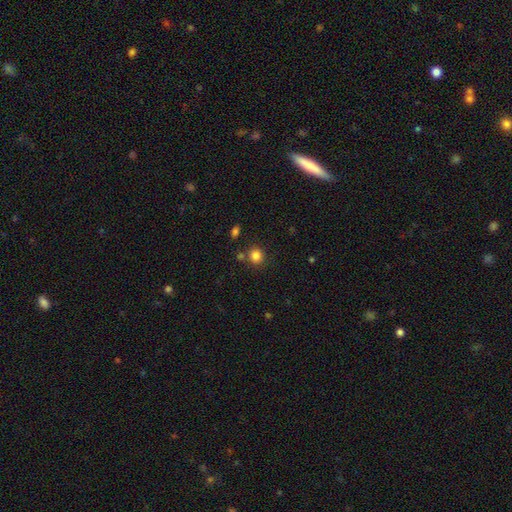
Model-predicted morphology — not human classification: smooth_or_featured: smooth (p=0.84) [alt: star or artifact p=0.12]
how_rounded: round (p=0.86) [alt: in between p=0.13]
merging: none (p=0.79) [alt: minor disturbance p=0.09]